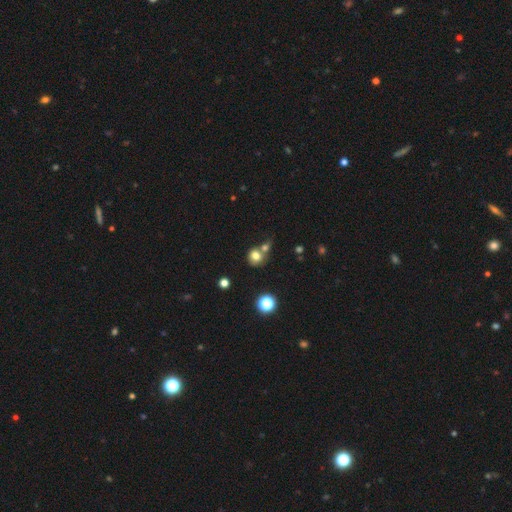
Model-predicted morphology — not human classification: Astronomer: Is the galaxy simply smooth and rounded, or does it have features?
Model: smooth — 77%.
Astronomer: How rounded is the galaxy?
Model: round — 82%.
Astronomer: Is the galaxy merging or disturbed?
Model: none — 48% (runner-up: merger, 38%).